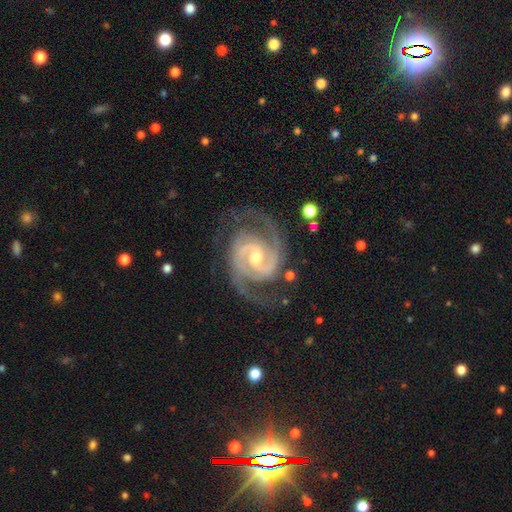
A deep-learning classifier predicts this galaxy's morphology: featured or disk 93%, star or artifact 4%, smooth 2%. Down the decision tree: edge-on disk — no (98%); bar — weak (43%); spiral arms — yes (99%); spiral arm count — 2 (90%); spiral winding — medium (48%); bulge size — moderate (57%); merging — none (79%).